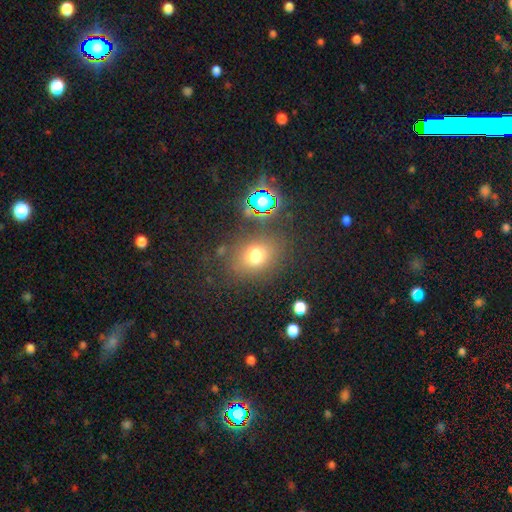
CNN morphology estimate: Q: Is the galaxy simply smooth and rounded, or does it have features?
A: smooth — 70%.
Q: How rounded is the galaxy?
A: round — 50%.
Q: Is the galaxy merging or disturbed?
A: none — 74%.